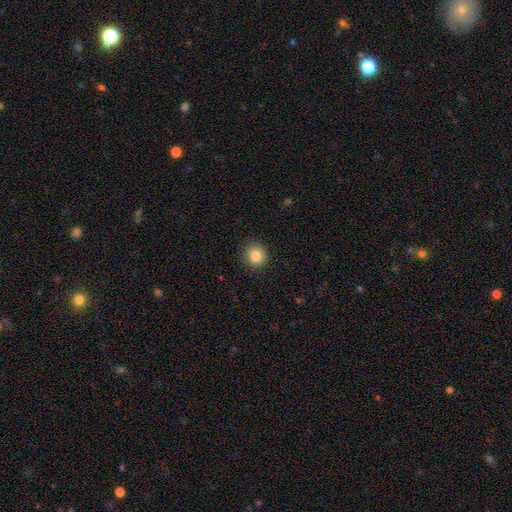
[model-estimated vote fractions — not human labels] Morphology: type=smooth (85%); roundness=round (86%); merging=none (89%).